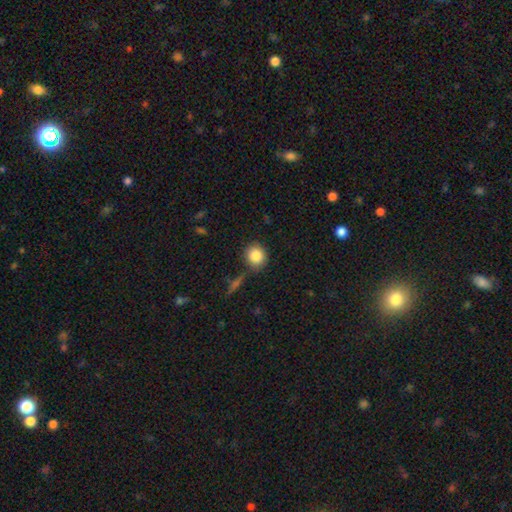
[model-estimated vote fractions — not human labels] Overall: smooth (84%). How rounded: round (84%). Merging: none (82%).